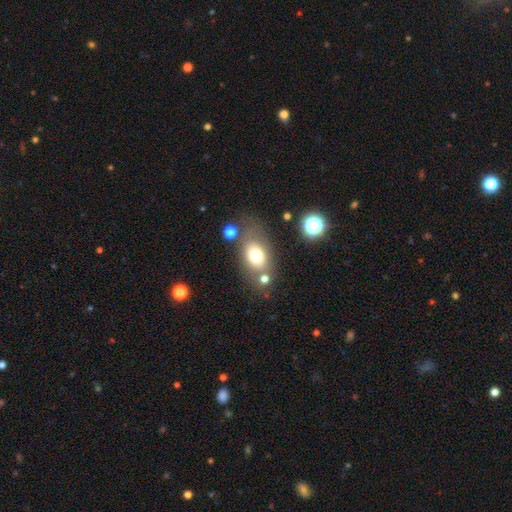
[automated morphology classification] This is likely a smooth galaxy (69%). How rounded: clearly in between (81%). Merging: likely none (63%).